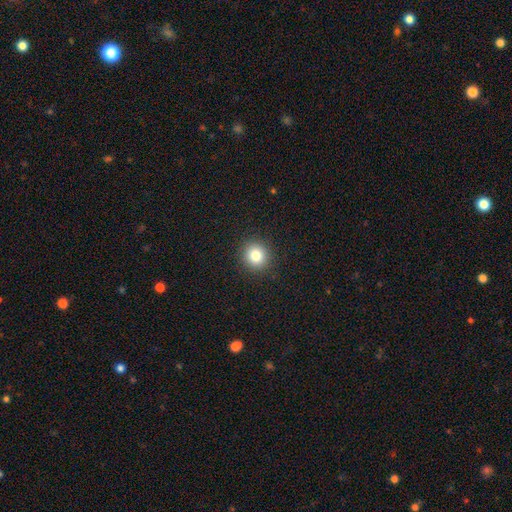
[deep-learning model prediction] Q: Smooth or featured?
A: smooth (82%); runner-up: star or artifact (11%)
Q: How rounded?
A: round (90%); runner-up: in between (9%)
Q: Merging?
A: none (91%); runner-up: minor disturbance (6%)